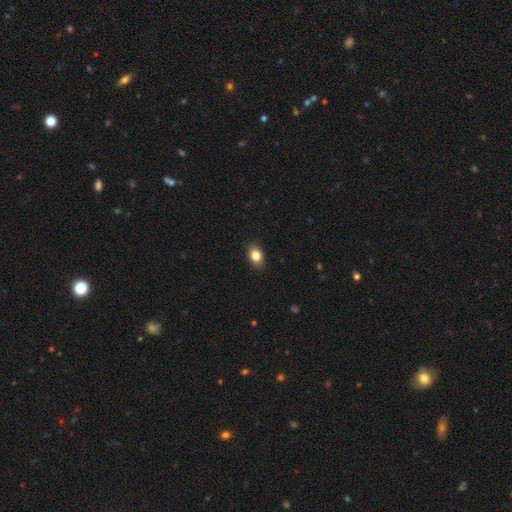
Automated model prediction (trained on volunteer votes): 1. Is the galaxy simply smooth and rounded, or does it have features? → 84% smooth, 9% star or artifact, 7% featured or disk.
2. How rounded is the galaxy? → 76% in between, 23% round, 2% cigar-shaped.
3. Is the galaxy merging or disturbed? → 88% none, 9% minor disturbance, 2% major disturbance, 1% merger.